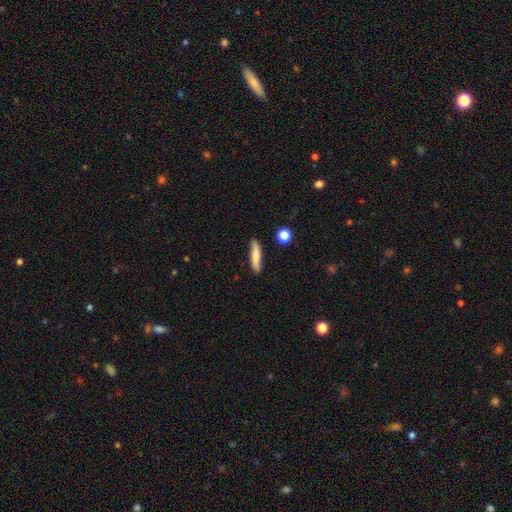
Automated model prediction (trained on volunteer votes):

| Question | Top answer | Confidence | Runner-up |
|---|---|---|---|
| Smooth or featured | smooth | 68% | featured or disk (24%) |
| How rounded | cigar-shaped | 80% | in between (17%) |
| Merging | none | 81% | minor disturbance (14%) |